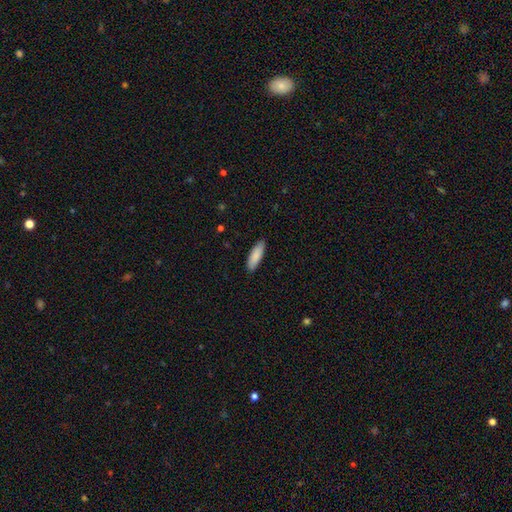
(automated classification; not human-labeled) This is clearly a smooth galaxy (88%). How rounded: possibly in between (52%). Merging: clearly none (88%).